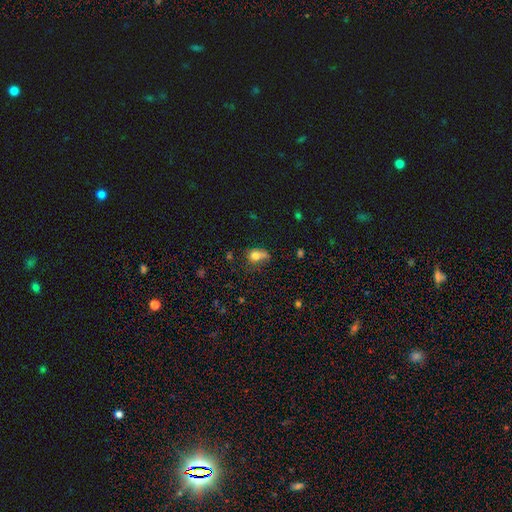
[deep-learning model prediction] The model was most divided on "merging": none: 38%, minor disturbance: 31%, major disturbance: 20%, merger: 11%. More confident: smooth or featured — smooth (73%); how rounded — in between (54%).